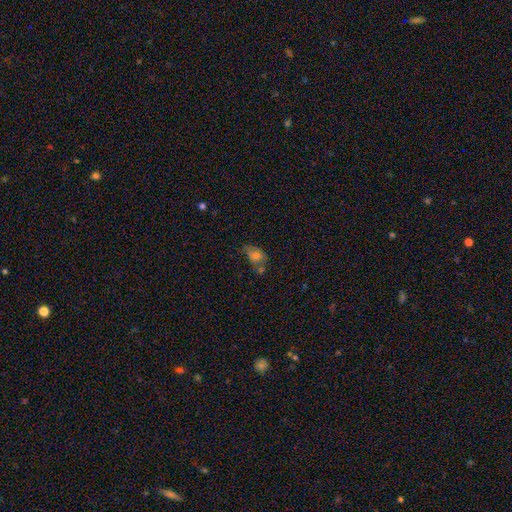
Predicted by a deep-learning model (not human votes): Smooth or featured?
  - smooth: 65% *
  - featured or disk: 22%
  - star or artifact: 12%
How rounded?
  - in between: 75% *
  - round: 22%
  - cigar-shaped: 2%
Merging?
  - none: 36% *
  - minor disturbance: 28%
  - merger: 22%
  - major disturbance: 14%